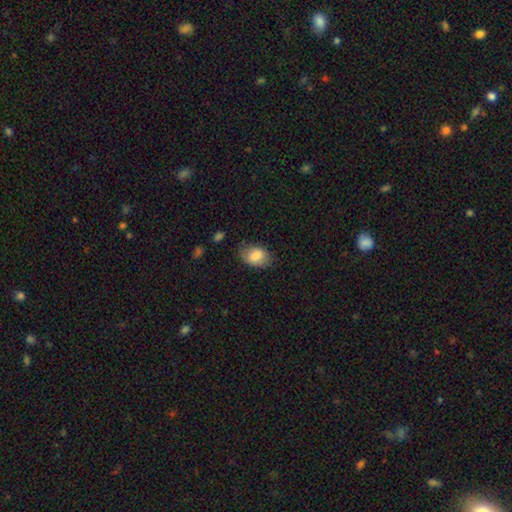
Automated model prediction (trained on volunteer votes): This appears to be a smooth galaxy with no disk features (81%) that is in between round and cigar-shaped (85%). Merging: none (73%).